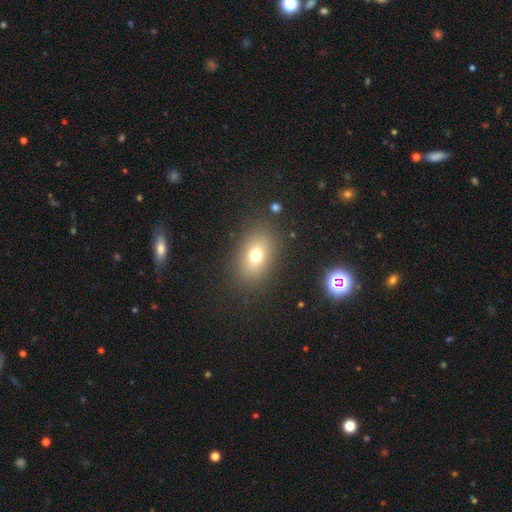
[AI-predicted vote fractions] Q: Smooth or featured?
A: smooth (72%); runner-up: star or artifact (14%)
Q: How rounded?
A: in between (76%); runner-up: round (23%)
Q: Merging?
A: none (85%); runner-up: minor disturbance (9%)